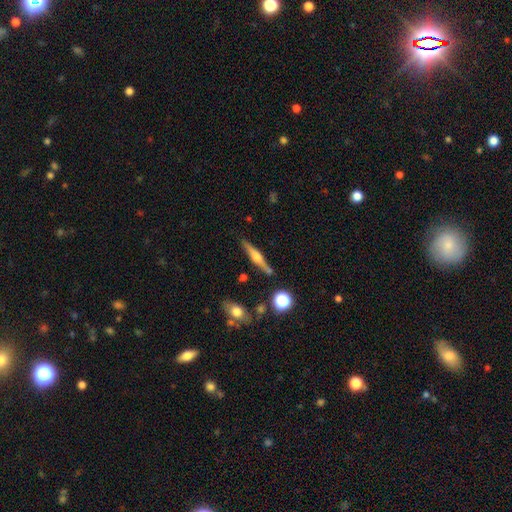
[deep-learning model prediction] featured or disk 67%, smooth 26%, star or artifact 7%. Down the decision tree: edge-on disk — yes (97%); edge-on bulge — rounded (87%); merging — none (83%).